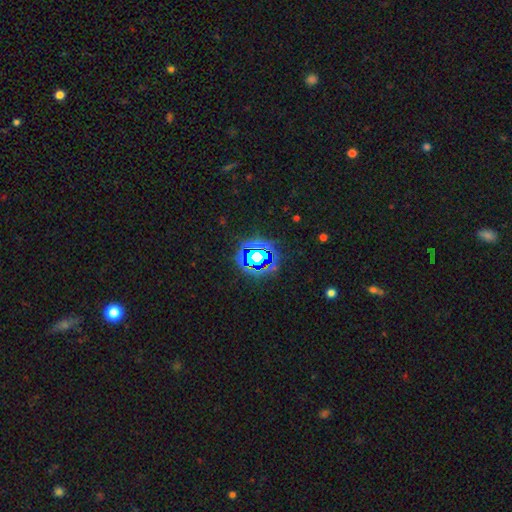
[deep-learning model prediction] smooth-or-featured: star or artifact: 72% | smooth: 16% | featured or disk: 12%